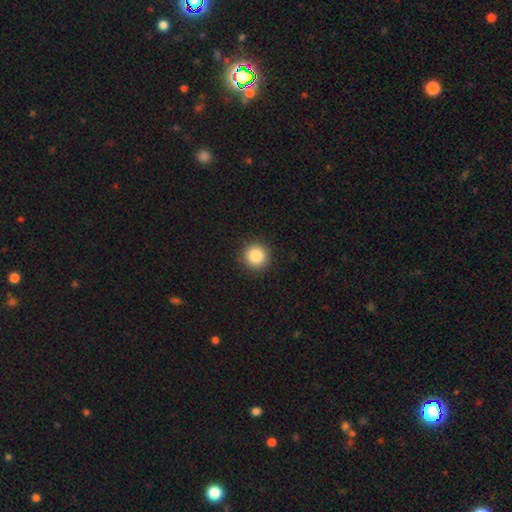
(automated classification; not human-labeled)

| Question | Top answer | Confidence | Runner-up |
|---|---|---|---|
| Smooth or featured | smooth | 85% | star or artifact (10%) |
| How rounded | round | 95% | in between (4%) |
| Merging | none | 92% | minor disturbance (5%) |